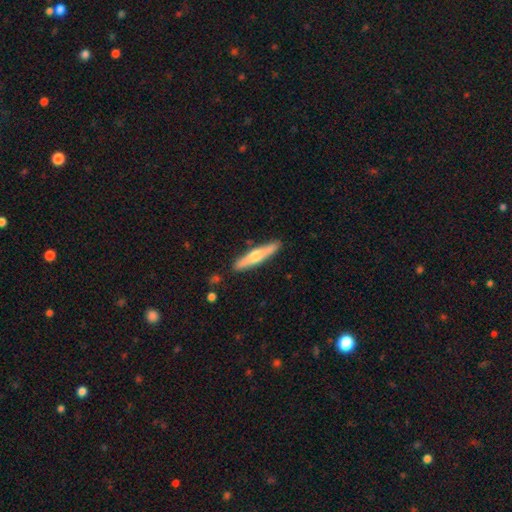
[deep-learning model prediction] smooth_or_featured: featured or disk (p=0.55) [alt: smooth p=0.40]
disk_edge_on: yes (p=0.95) [alt: no p=0.05]
edge_on_bulge: rounded (p=0.89) [alt: none p=0.06]
merging: none (p=0.89) [alt: minor disturbance p=0.08]